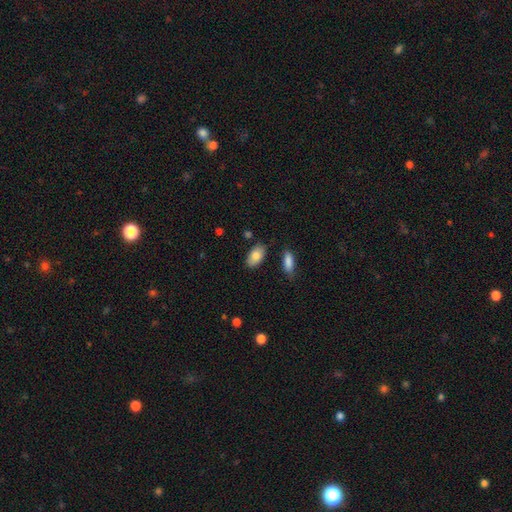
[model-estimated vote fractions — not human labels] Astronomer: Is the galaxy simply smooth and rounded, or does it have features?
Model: smooth — 83%.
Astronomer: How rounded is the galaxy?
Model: in between — 93%.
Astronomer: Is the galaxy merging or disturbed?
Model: none — 81%.